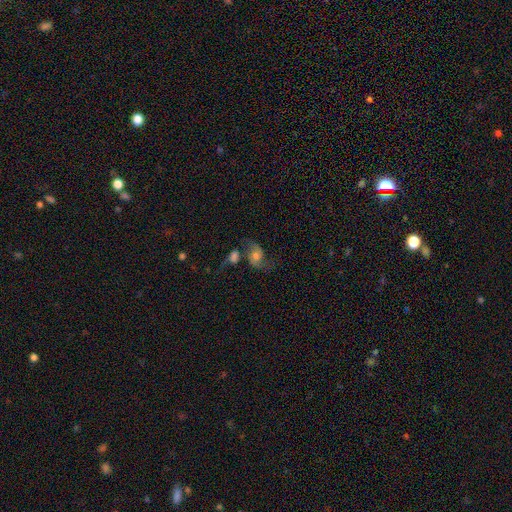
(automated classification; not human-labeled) Overall: featured or disk (63%; smooth 27%). Edge-on disk: no (97%). Bar: no (69%). Spiral arms: yes (89%). Spiral arm count: 2 (87%). Spiral winding: loose (68%). Bulge size: moderate (58%; small 19%). Merging: merger (36%, tied with none).